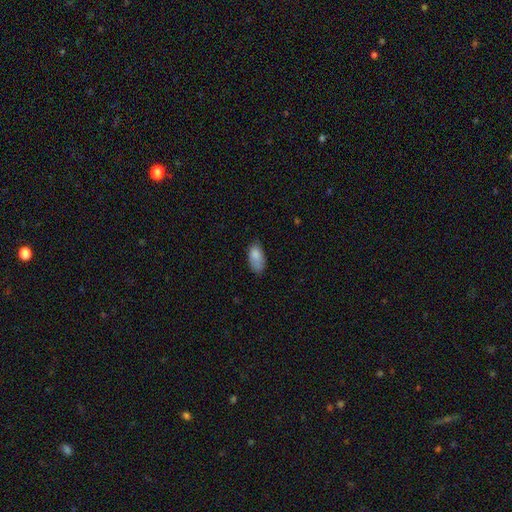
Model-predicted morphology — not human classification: The model was most divided on "merging": none: 60%, minor disturbance: 31%, major disturbance: 8%, merger: 2%. More confident: how rounded — in between (92%); smooth or featured — smooth (84%).